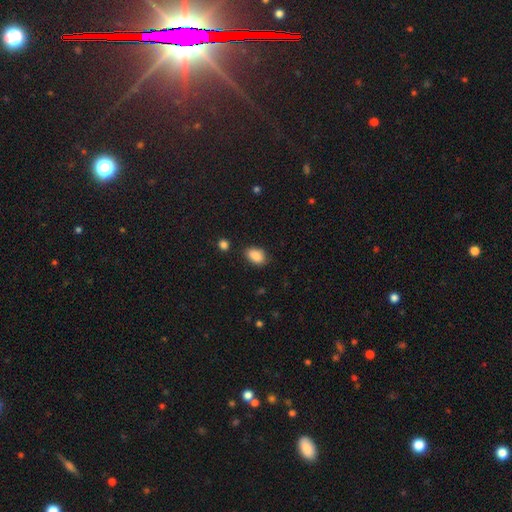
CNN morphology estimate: Smooth or featured?
  - smooth: 89% *
  - star or artifact: 8%
  - featured or disk: 4%
How rounded?
  - in between: 88% *
  - round: 11%
  - cigar-shaped: 2%
Merging?
  - none: 80% *
  - minor disturbance: 14%
  - major disturbance: 3%
  - merger: 2%